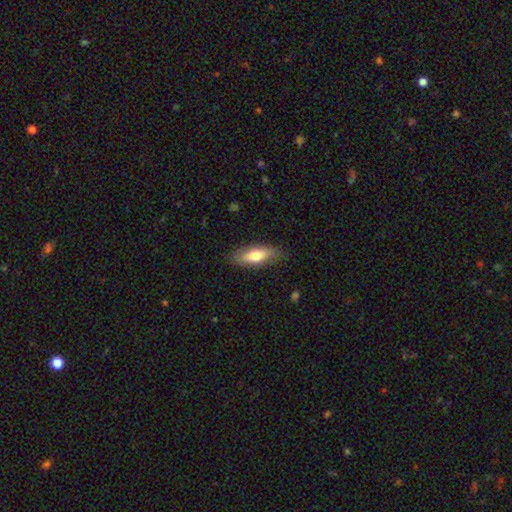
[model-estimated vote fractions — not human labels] Smooth or featured? Predicted: smooth (p=0.69). How rounded? Predicted: in between (p=0.69). Merging? Predicted: none (p=0.82).